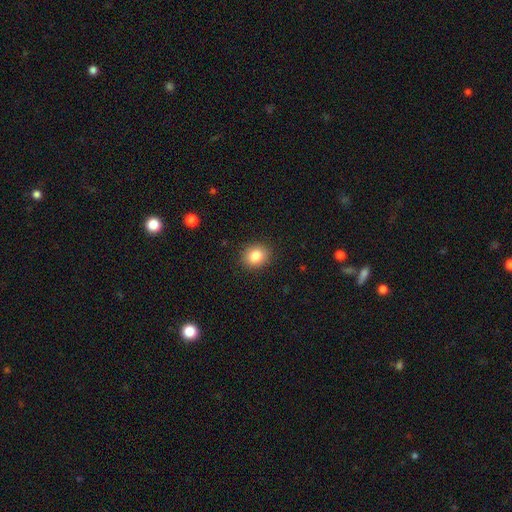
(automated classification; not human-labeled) A smooth galaxy with no disk features (85%) that is round (69%). Merging: none (90%).